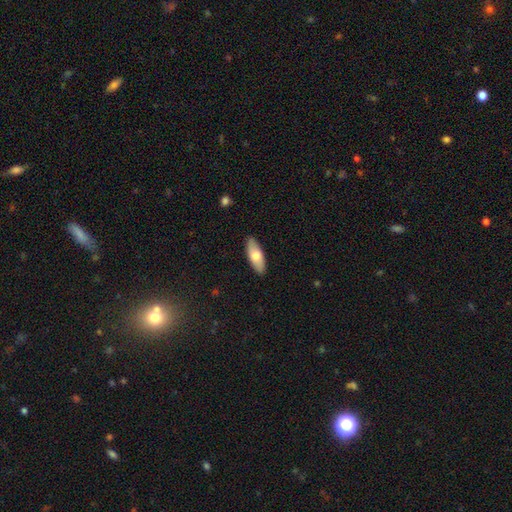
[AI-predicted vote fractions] Q: Smooth or featured?
A: smooth (73%); runner-up: featured or disk (22%)
Q: How rounded?
A: in between (72%); runner-up: cigar-shaped (26%)
Q: Merging?
A: none (88%); runner-up: minor disturbance (9%)